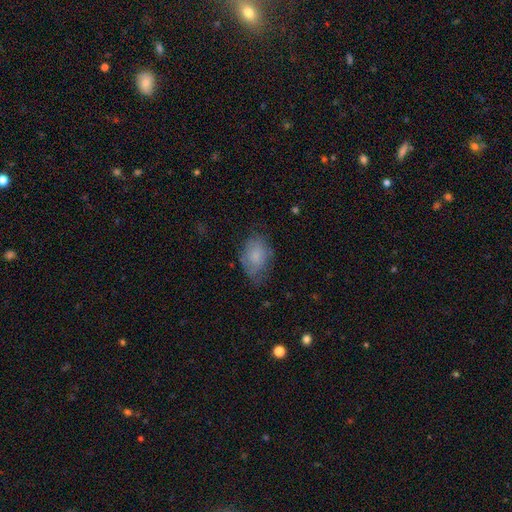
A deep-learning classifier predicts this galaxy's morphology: Q: Smooth or featured?
A: smooth (73%); runner-up: featured or disk (19%)
Q: How rounded?
A: in between (86%); runner-up: round (13%)
Q: Merging?
A: none (59%); runner-up: minor disturbance (29%)